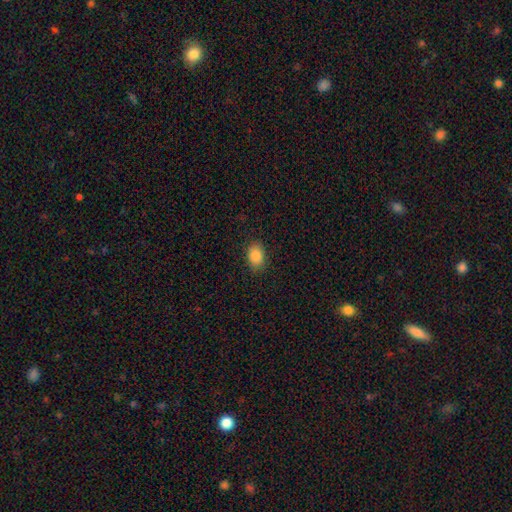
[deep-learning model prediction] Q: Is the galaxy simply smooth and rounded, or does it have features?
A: smooth — 87%.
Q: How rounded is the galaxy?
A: in between — 82%.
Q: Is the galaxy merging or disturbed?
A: none — 86%.